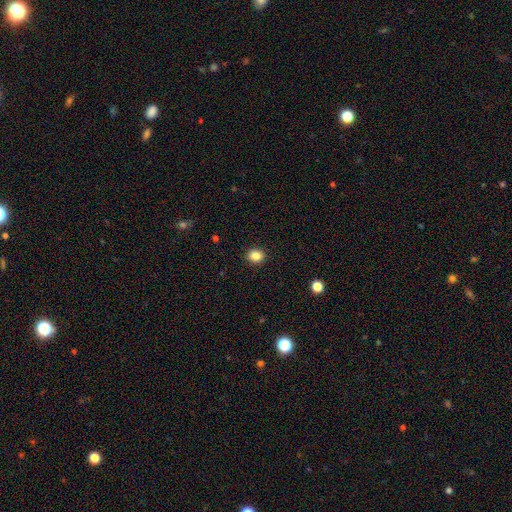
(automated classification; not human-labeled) A smooth galaxy with no disk features (85%) that is round (62%).

Vote fractions:
- Smooth or featured? smooth: 85% / star or artifact: 10% / featured or disk: 5%
- How rounded? round: 62% / in between: 37% / cigar-shaped: 1%
- Merging? none: 91% / minor disturbance: 6% / major disturbance: 2% / merger: 1%